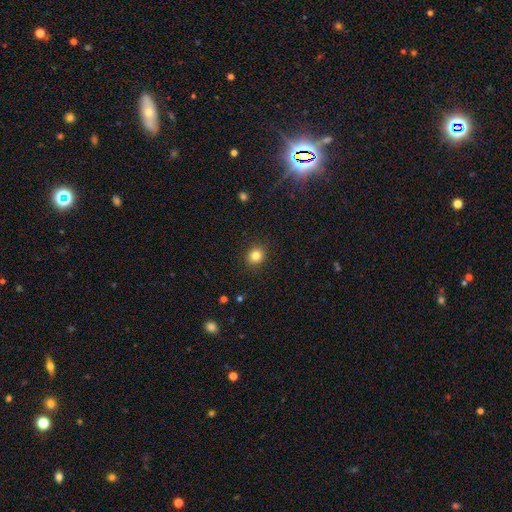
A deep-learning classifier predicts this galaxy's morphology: smooth 83%, star or artifact 11%, featured or disk 6%. Down the decision tree: how rounded — round (81%); merging — none (91%).